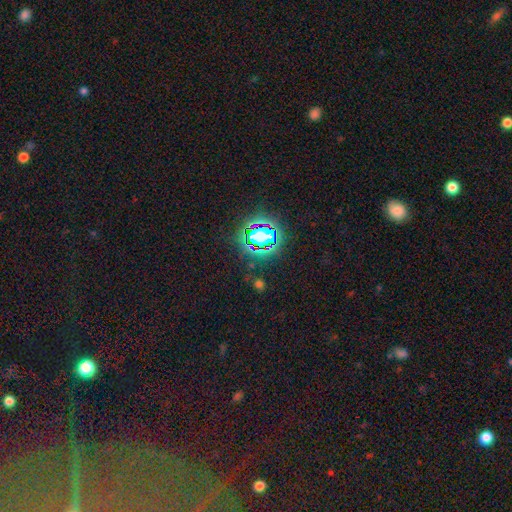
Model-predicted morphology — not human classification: star or artifact 74%, smooth 16%, featured or disk 10%.